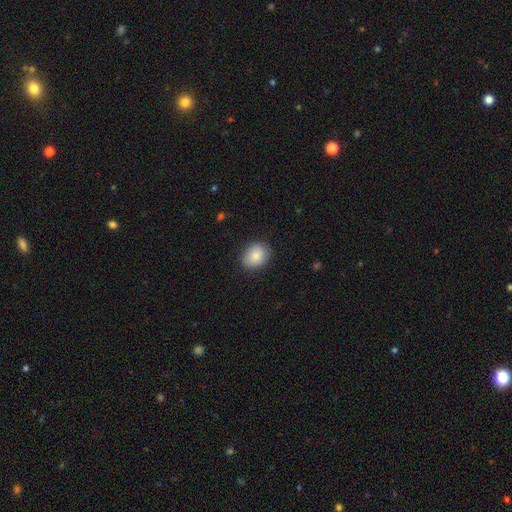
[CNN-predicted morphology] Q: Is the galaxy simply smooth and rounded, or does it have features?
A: smooth — 85%.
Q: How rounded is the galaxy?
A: round — 55%.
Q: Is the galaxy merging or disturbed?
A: none — 85%.